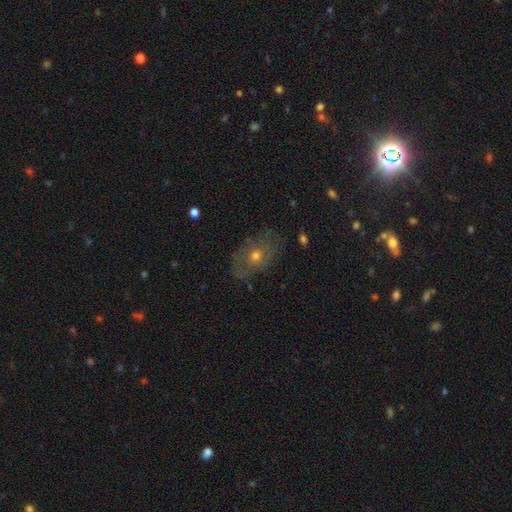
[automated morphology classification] Smooth or featured? Predicted: featured or disk (p=0.42). Merging? Predicted: none (p=0.76).